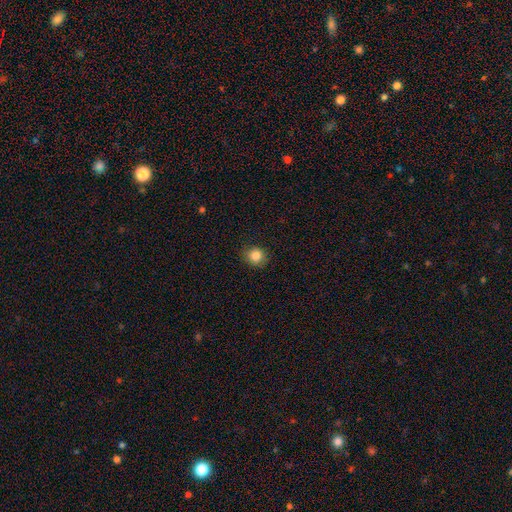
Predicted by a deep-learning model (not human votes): The model was most divided on "how rounded": round: 86%, in between: 13%, cigar-shaped: 1%. More confident: merging — none (87%); smooth or featured — smooth (84%).